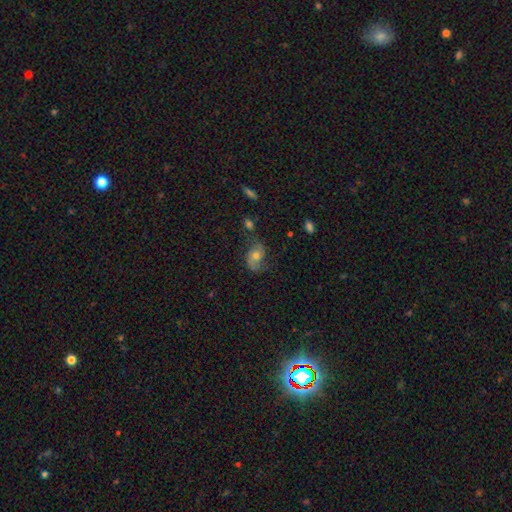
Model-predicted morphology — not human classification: This is possibly a featured or disk galaxy (55%). It is clearly not viewed edge-on (96%). Bar: likely no (70%). Spiral arm pattern: clearly yes (85%). Central bulge: possibly moderate (59%). Merging: possibly none (55%).